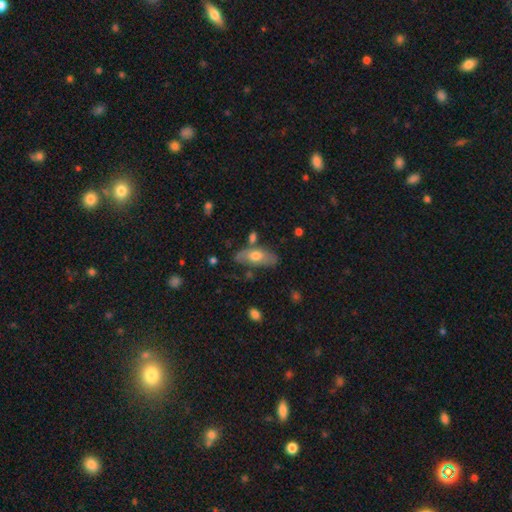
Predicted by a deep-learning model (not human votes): Q: Smooth or featured?
A: smooth (58%); runner-up: featured or disk (36%)
Q: How rounded?
A: in between (82%); runner-up: cigar-shaped (15%)
Q: Merging?
A: none (64%); runner-up: minor disturbance (21%)